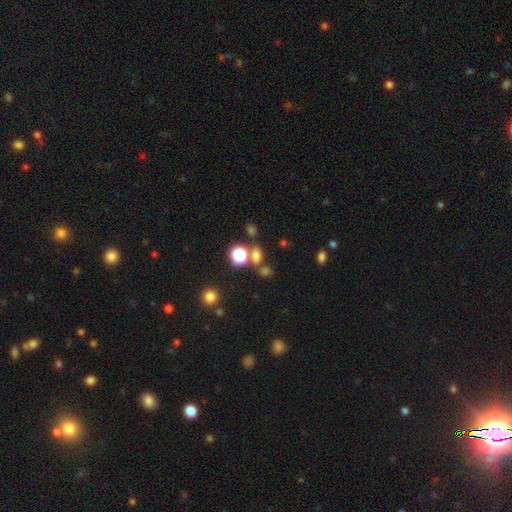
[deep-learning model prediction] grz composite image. It shows a smooth galaxy with no disk features (65%) that is in between round and cigar-shaped (61%). Merging: none (65%).